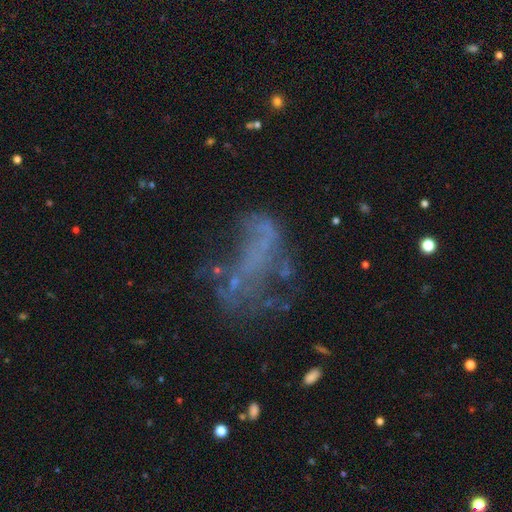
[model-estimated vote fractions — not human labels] The model was most divided on "merging": major disturbance: 41%, none: 33%, minor disturbance: 17%, merger: 10%. More confident: edge-on disk — no (95%); bulge size — none (85%); bar — no (81%); spiral arms — no (80%); smooth or featured — featured or disk (53%).